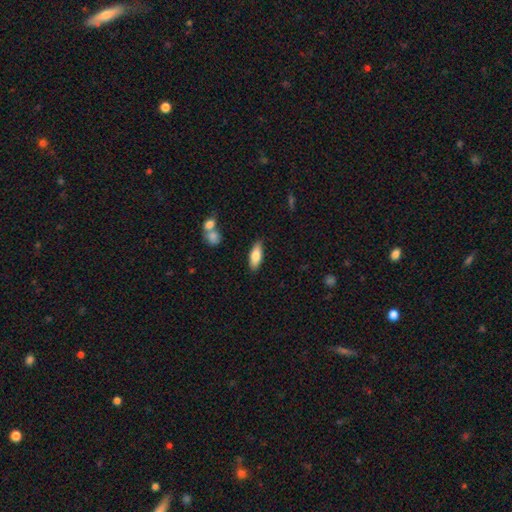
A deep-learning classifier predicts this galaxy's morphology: Smooth or featured: smooth — 79% (featured or disk — 15%)
How rounded: in between — 73% (cigar-shaped — 25%)
Merging: none — 85% (minor disturbance — 10%)